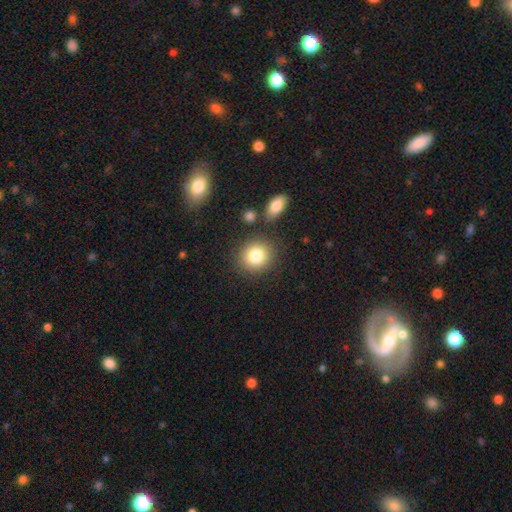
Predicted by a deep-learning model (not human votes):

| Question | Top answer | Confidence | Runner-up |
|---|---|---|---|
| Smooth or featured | smooth | 83% | star or artifact (9%) |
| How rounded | round | 82% | in between (17%) |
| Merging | none | 82% | minor disturbance (9%) |